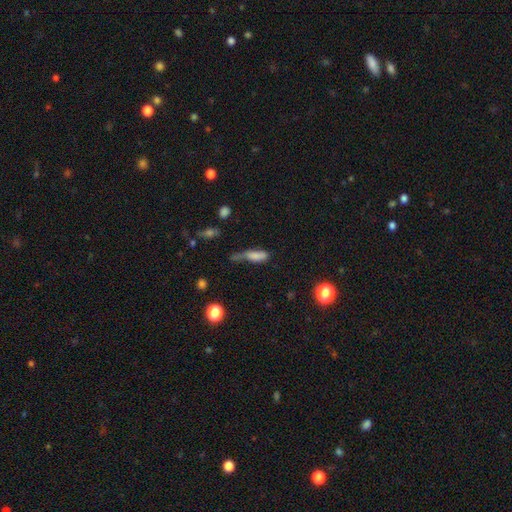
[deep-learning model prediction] Overall: smooth (72%). How rounded: in between (56%; cigar-shaped 40%). Merging: minor disturbance (29%; major disturbance 28%).